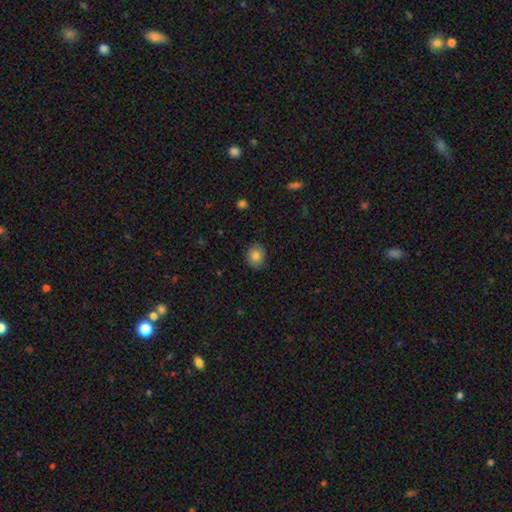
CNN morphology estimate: type=smooth (82%); roundness=round (75%); merging=none (87%).